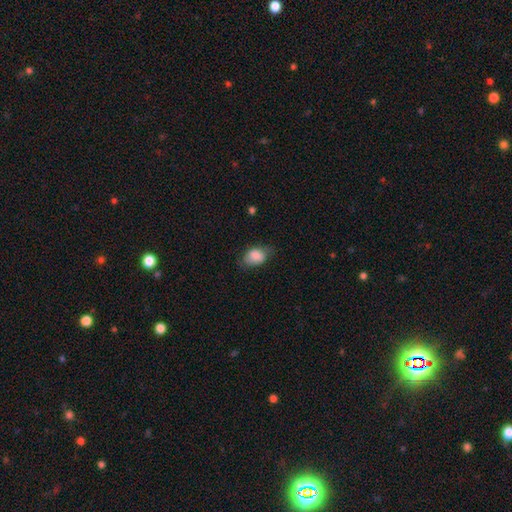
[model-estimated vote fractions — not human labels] Morphology: type=smooth (84%); roundness=in between (79%); merging=none (63%).